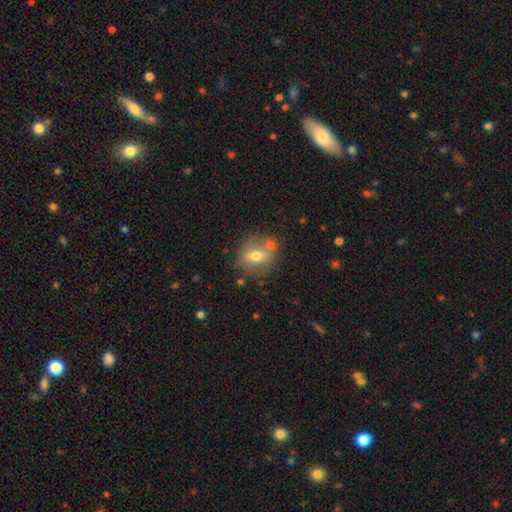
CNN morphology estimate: type=smooth (57%); roundness=round (68%); merging=none (58%).